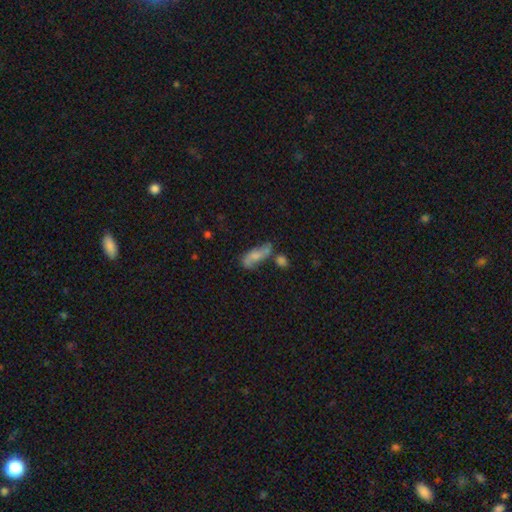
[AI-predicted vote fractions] Smooth or featured?
  - smooth: 48% *
  - featured or disk: 43%
  - star or artifact: 9%
Merging?
  - none: 43% *
  - minor disturbance: 23%
  - merger: 21%
  - major disturbance: 14%